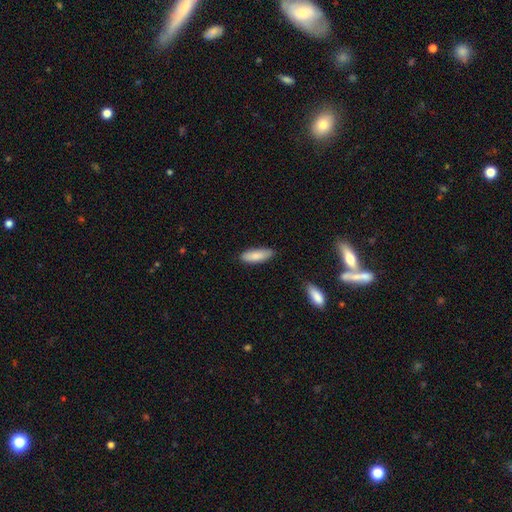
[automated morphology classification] smooth 85%, featured or disk 9%, star or artifact 6%. Down the decision tree: how rounded — in between (59%); merging — none (81%).